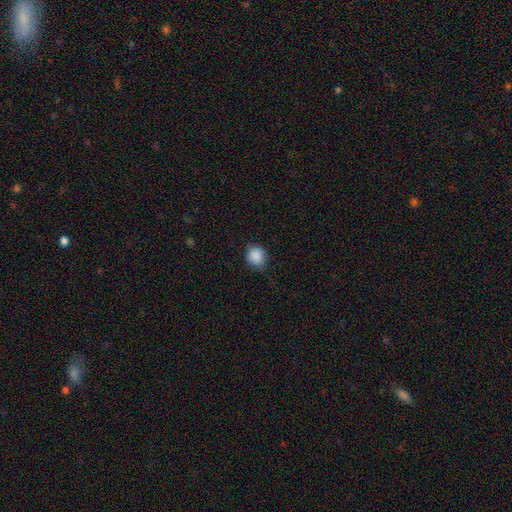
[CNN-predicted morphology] A smooth galaxy with no disk features (87%) that is round (82%).

Vote fractions:
- Smooth or featured? smooth: 87% / star or artifact: 8% / featured or disk: 4%
- How rounded? round: 82% / in between: 17% / cigar-shaped: 1%
- Merging? none: 75% / minor disturbance: 20% / major disturbance: 4% / merger: 1%